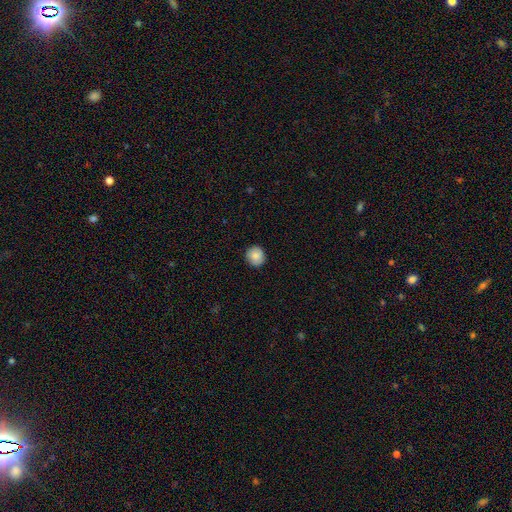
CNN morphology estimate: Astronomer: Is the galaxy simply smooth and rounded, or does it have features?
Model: smooth — 86%.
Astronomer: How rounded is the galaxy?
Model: round — 91%.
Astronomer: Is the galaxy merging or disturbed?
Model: none — 89%.